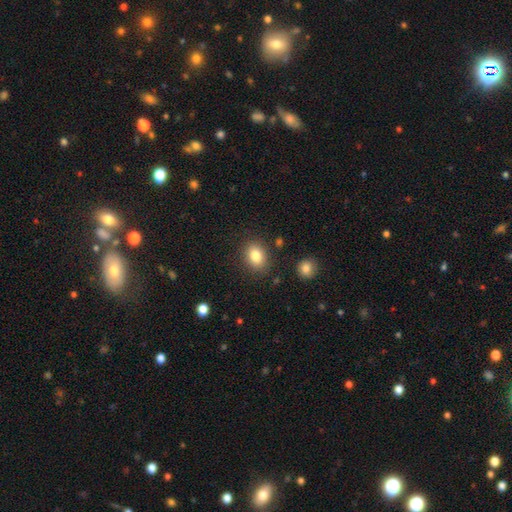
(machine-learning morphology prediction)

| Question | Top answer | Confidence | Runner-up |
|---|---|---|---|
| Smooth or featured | smooth | 83% | star or artifact (9%) |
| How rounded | in between | 61% | round (38%) |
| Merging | none | 85% | minor disturbance (10%) |